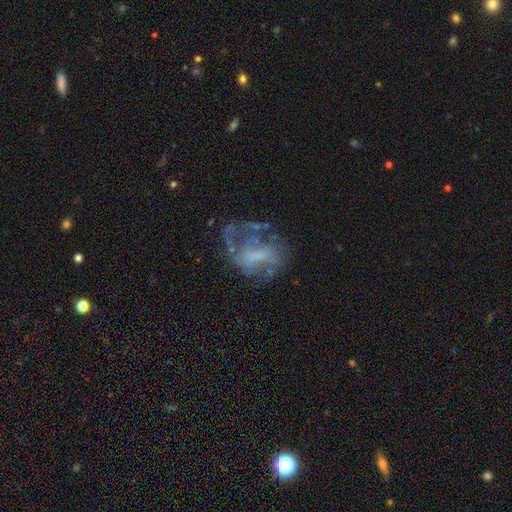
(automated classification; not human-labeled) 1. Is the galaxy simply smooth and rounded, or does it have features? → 68% featured or disk, 20% smooth, 13% star or artifact.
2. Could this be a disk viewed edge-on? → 97% no, 3% yes.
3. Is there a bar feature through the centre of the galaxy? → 46% no, 41% weak, 14% strong.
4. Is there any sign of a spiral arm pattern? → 60% yes, 40% no.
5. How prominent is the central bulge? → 40% none, 34% small, 21% moderate, 4% large, 1% dominant.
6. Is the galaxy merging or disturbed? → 43% none, 34% major disturbance, 19% minor disturbance, 4% merger.